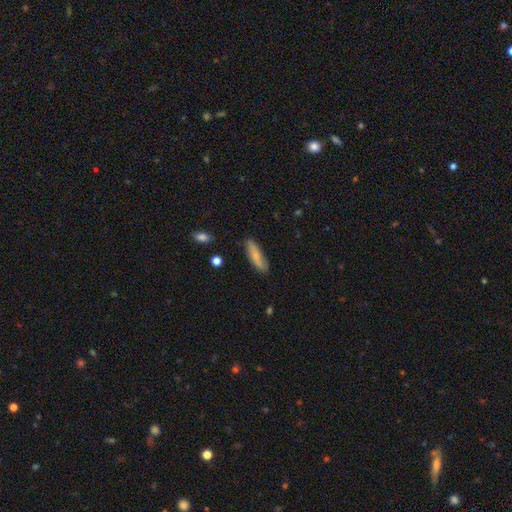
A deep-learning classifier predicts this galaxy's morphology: Smooth or featured? Predicted: smooth (p=0.73). How rounded? Predicted: cigar-shaped (p=0.60). Merging? Predicted: none (p=0.82).